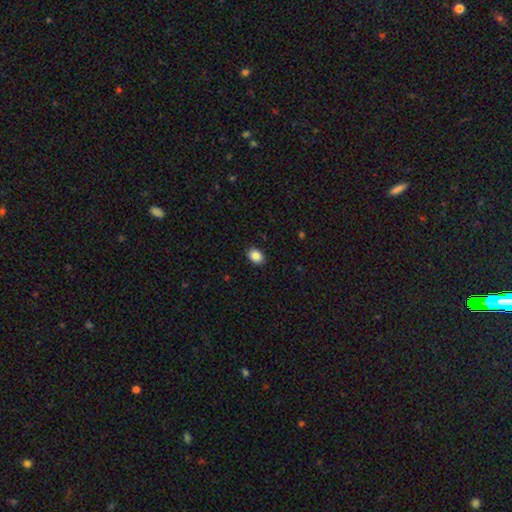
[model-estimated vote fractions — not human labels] The model was most divided on "how rounded": in between: 72%, round: 27%, cigar-shaped: 1%. More confident: merging — none (90%); smooth or featured — smooth (87%).